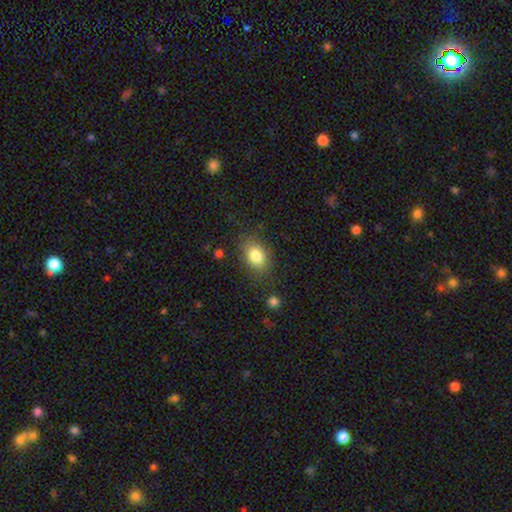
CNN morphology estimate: Q: Smooth or featured?
A: smooth (82%); runner-up: featured or disk (9%)
Q: How rounded?
A: in between (74%); runner-up: round (25%)
Q: Merging?
A: none (79%); runner-up: minor disturbance (14%)